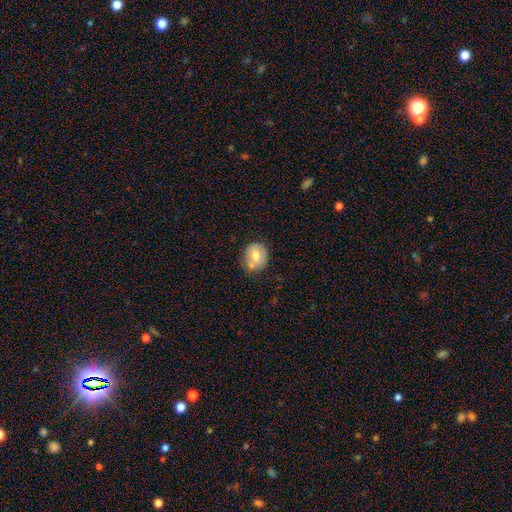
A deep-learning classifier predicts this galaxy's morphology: Overall: smooth (68%). How rounded: round (72%). Merging: none (59%).